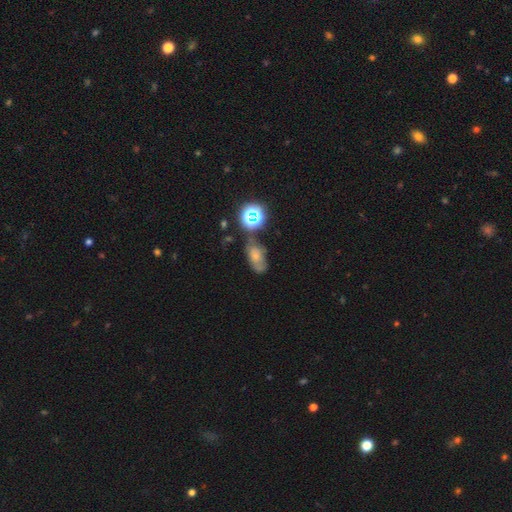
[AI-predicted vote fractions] Overall: smooth (53%; featured or disk 25%). How rounded: in between (83%). Merging: none (48%; minor disturbance 28%).